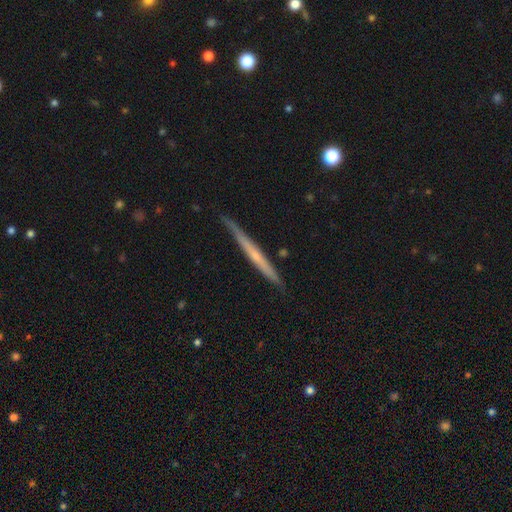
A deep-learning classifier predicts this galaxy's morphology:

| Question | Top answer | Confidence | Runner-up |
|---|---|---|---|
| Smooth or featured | featured or disk | 61% | smooth (33%) |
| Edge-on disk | yes | 97% | no (3%) |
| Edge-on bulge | none | 61% | rounded (34%) |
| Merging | none | 84% | minor disturbance (13%) |